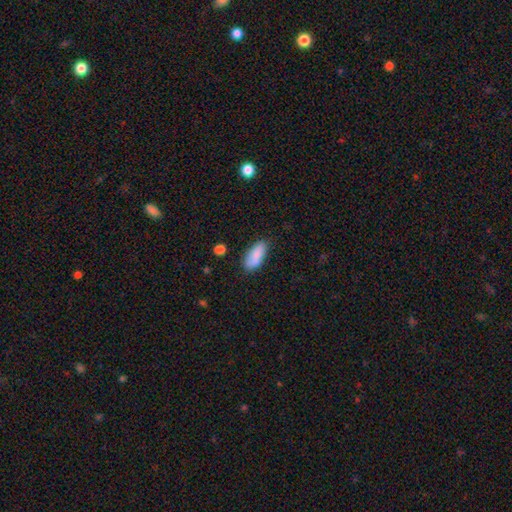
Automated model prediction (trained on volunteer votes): Smooth or featured? Predicted: smooth (p=0.87). How rounded? Predicted: in between (p=0.81). Merging? Predicted: none (p=0.76).